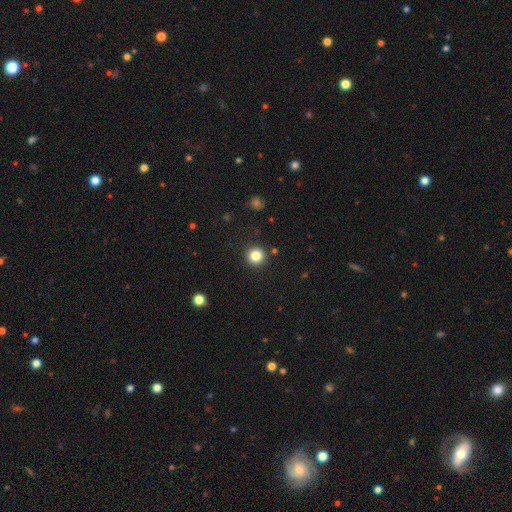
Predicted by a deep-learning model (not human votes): smooth-or-featured: smooth: 83% | star or artifact: 12% | featured or disk: 5%
  how-rounded: round: 95% | in between: 5% | cigar-shaped: 1%
  merging: none: 92% | minor disturbance: 5% | major disturbance: 2% | merger: 1%